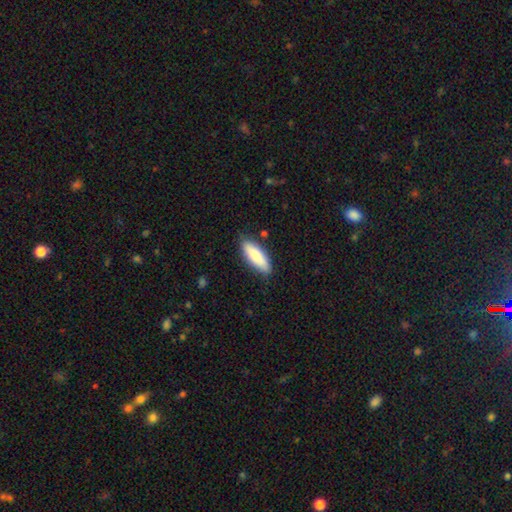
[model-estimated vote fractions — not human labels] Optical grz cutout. It shows a smooth galaxy with no disk features (85%) that is in between round and cigar-shaped (59%). Merging: none (82%).